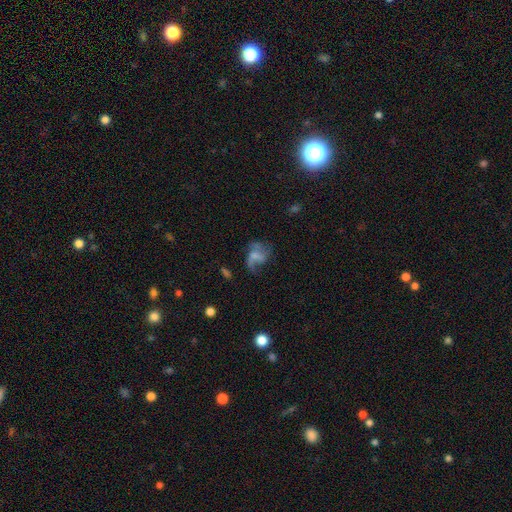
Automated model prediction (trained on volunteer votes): This is possibly a featured or disk galaxy (60%). It is clearly not viewed edge-on (98%). Bar: possibly no (55%). Spiral arm pattern: likely yes (74%). Central bulge: marginally none (38%). Merging: marginally none (40%).